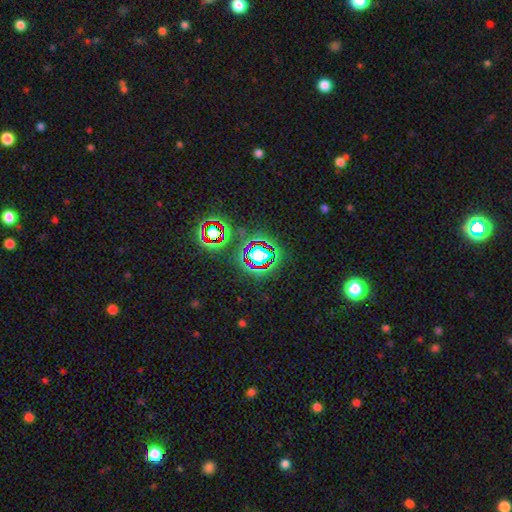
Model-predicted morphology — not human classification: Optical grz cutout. It shows a star or artifact, not a galaxy (77%).